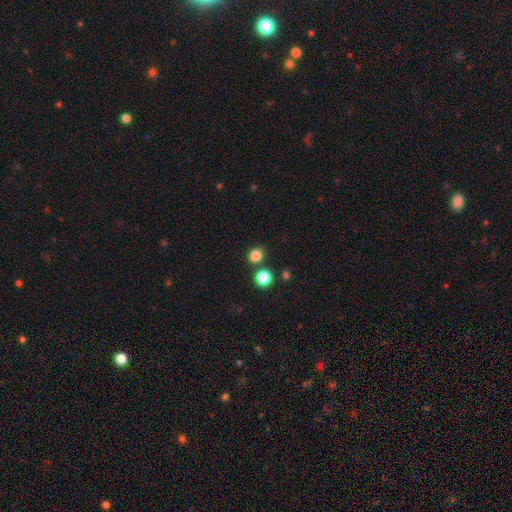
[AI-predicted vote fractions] Smooth or featured?
  - smooth: 83% *
  - star or artifact: 13%
  - featured or disk: 4%
How rounded?
  - round: 85% *
  - in between: 14%
  - cigar-shaped: 1%
Merging?
  - none: 79% *
  - merger: 10%
  - minor disturbance: 8%
  - major disturbance: 3%